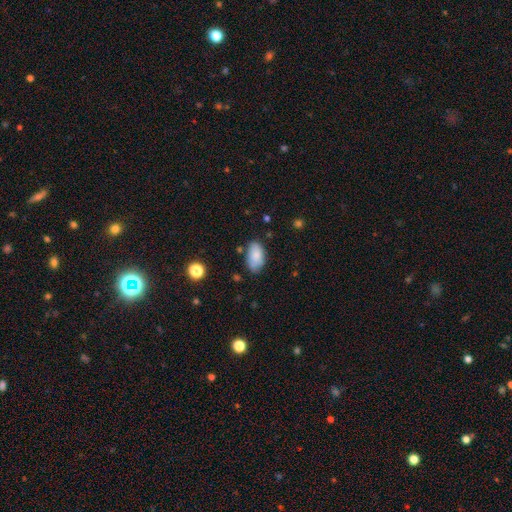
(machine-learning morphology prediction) smooth_or_featured: smooth (p=0.84) [alt: featured or disk p=0.09]
how_rounded: in between (p=0.94) [alt: round p=0.04]
merging: none (p=0.70) [alt: minor disturbance p=0.22]